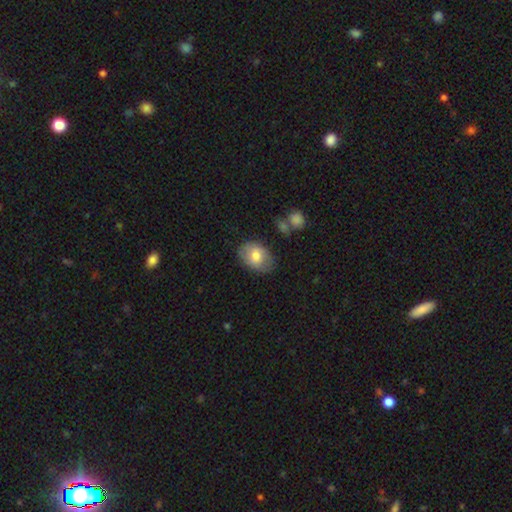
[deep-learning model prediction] Q: Smooth or featured?
A: smooth (72%); runner-up: featured or disk (21%)
Q: How rounded?
A: in between (76%); runner-up: round (23%)
Q: Merging?
A: none (75%); runner-up: minor disturbance (18%)